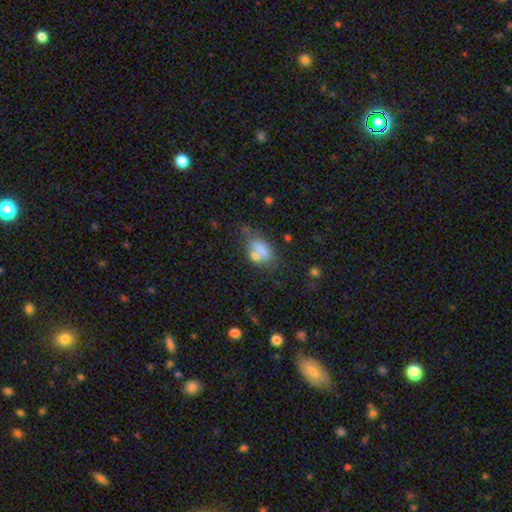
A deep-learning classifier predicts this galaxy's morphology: type=smooth (65%); roundness=in between (78%); merging=none (41%).